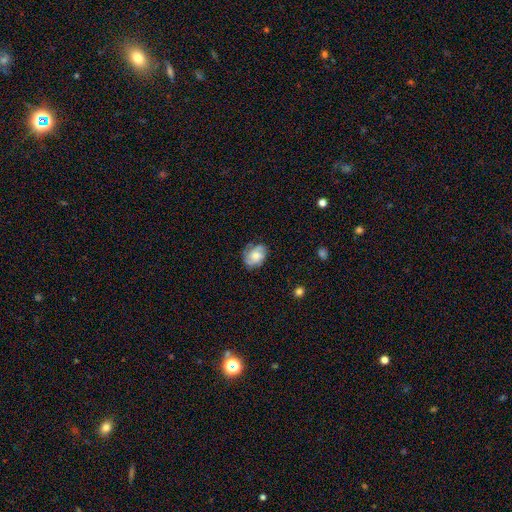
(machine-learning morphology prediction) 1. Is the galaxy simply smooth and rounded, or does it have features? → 46% smooth, 45% featured or disk, 8% star or artifact.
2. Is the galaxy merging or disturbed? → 66% none, 25% minor disturbance, 8% major disturbance, 1% merger.